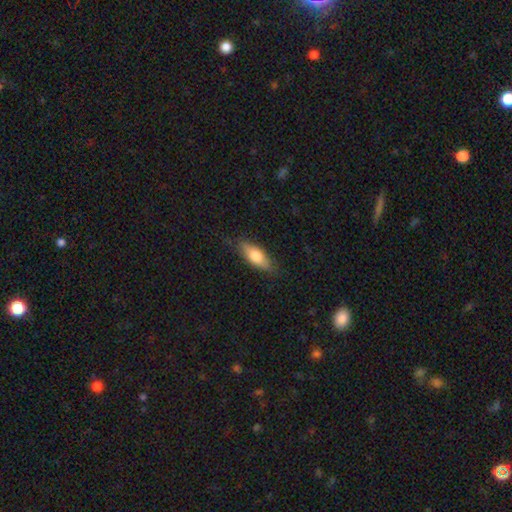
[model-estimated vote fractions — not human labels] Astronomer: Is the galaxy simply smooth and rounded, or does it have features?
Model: smooth — 70%.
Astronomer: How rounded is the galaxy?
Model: in between — 66%.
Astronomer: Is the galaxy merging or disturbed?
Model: none — 81%.